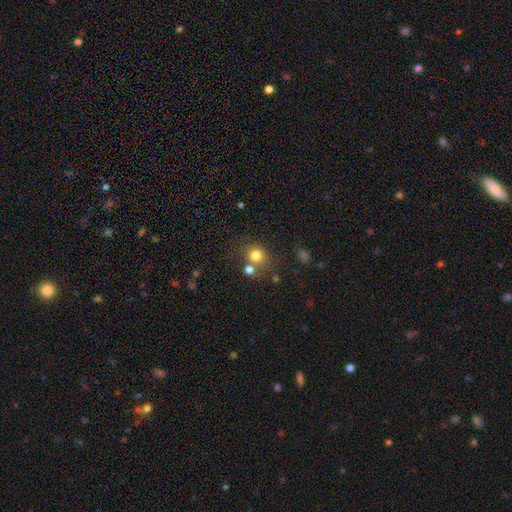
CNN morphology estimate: A smooth galaxy with no disk features (78%) that is round (76%). Merging: none (61%).